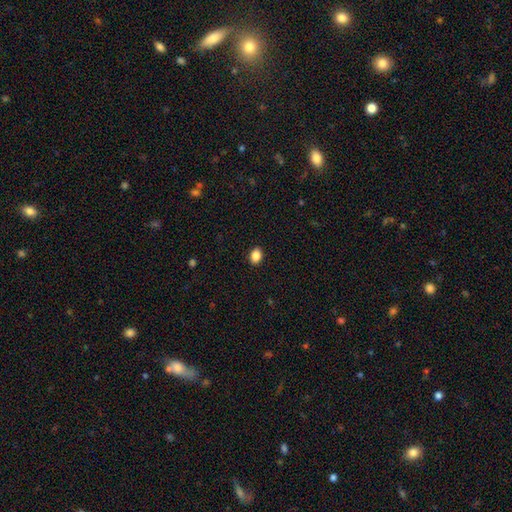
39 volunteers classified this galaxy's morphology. smooth 87%, star or artifact 10%, featured or disk 3%. Down the decision tree: how rounded — in between (74%); merging — none (86%).